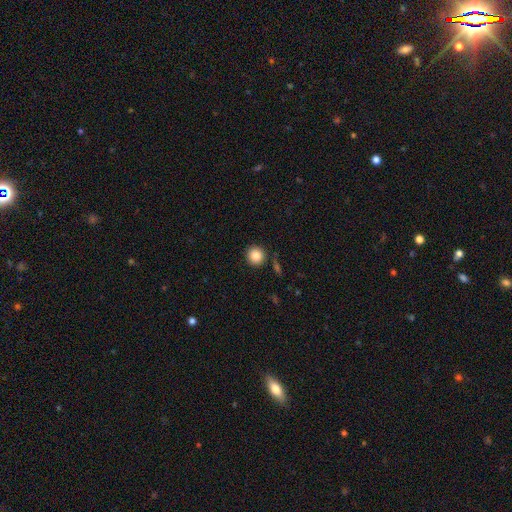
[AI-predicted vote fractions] smooth-or-featured: smooth: 84% | star or artifact: 9% | featured or disk: 6%
  how-rounded: round: 95% | in between: 5% | cigar-shaped: 1%
  merging: none: 89% | minor disturbance: 6% | merger: 3% | major disturbance: 2%